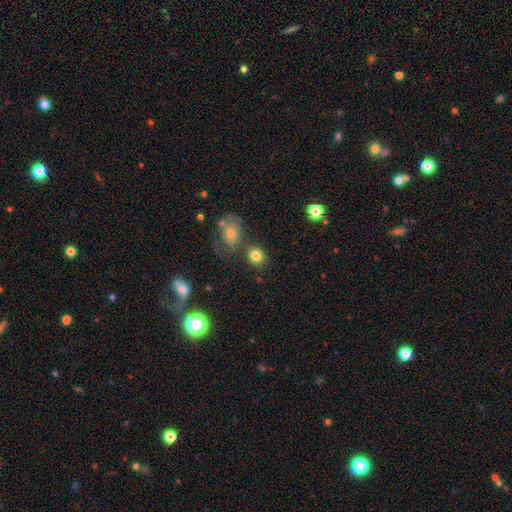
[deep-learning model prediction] Morphology: type=smooth (81%); roundness=round (78%); merging=none (71%).